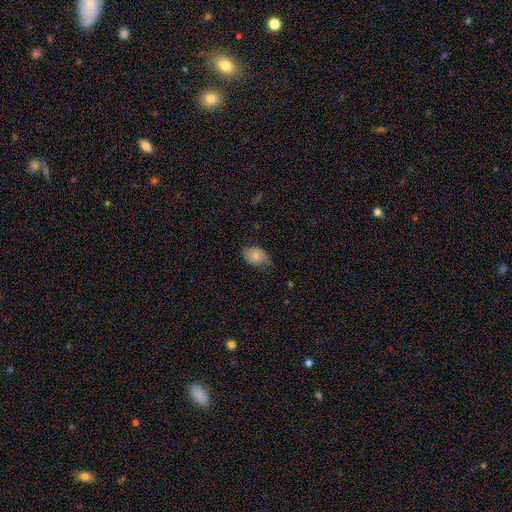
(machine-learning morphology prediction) The model was most divided on "merging": none: 64%, minor disturbance: 29%, major disturbance: 6%, merger: 1%. More confident: how rounded — in between (83%); smooth or featured — smooth (78%).